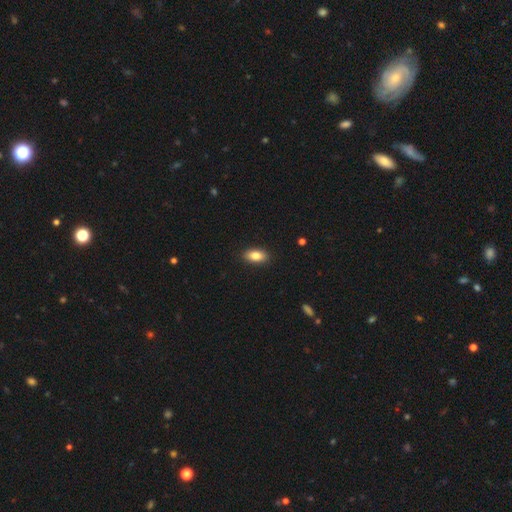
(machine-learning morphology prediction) smooth 84%, featured or disk 9%, star or artifact 7%. Down the decision tree: how rounded — in between (90%); merging — none (90%).